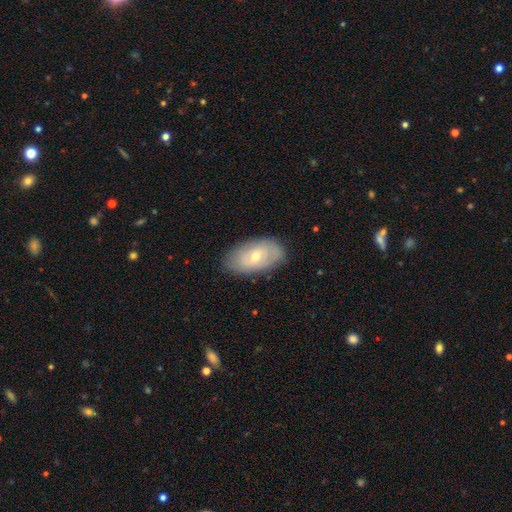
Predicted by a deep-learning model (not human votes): smooth-or-featured: featured or disk: 48% | smooth: 44% | star or artifact: 7%
  merging: none: 81% | minor disturbance: 14% | major disturbance: 3% | merger: 1%